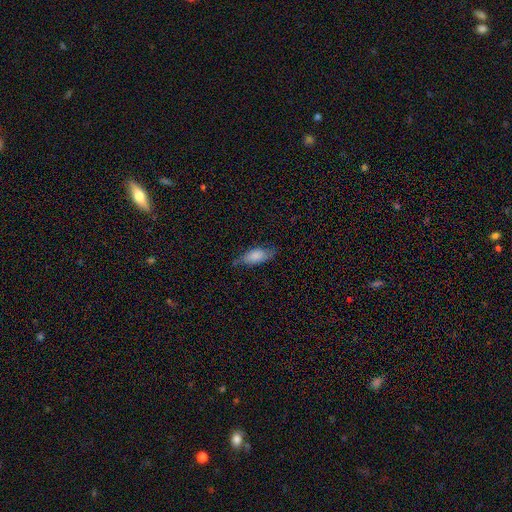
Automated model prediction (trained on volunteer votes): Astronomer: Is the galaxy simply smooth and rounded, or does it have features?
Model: smooth — 71%.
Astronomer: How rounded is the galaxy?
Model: in between — 84%.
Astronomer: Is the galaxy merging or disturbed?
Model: none — 62%.